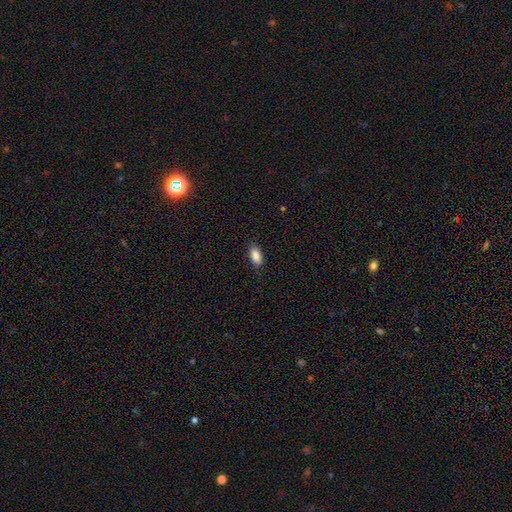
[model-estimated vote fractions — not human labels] Smooth or featured? Predicted: smooth (p=0.88). How rounded? Predicted: in between (p=0.90). Merging? Predicted: none (p=0.87).